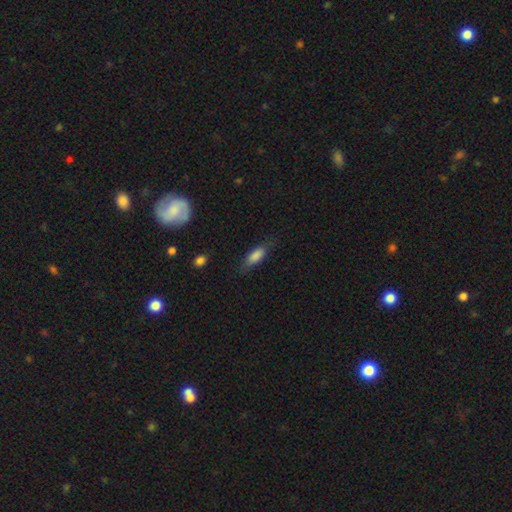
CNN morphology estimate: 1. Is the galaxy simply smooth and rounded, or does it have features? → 80% smooth, 13% featured or disk, 7% star or artifact.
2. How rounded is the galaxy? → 66% in between, 32% cigar-shaped, 2% round.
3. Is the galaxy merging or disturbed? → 74% none, 19% minor disturbance, 6% major disturbance, 1% merger.